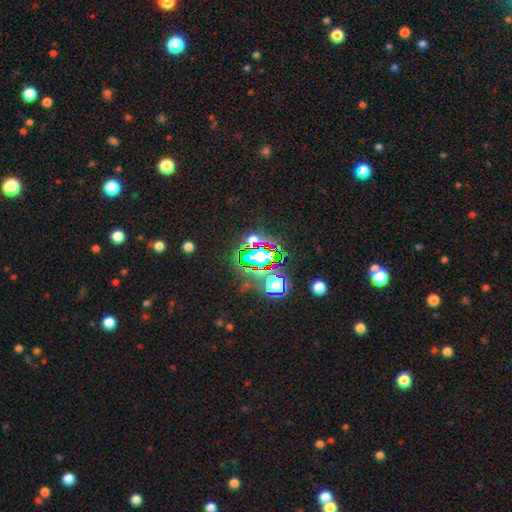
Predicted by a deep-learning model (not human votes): Smooth or featured: star or artifact — 70% (smooth — 18%)